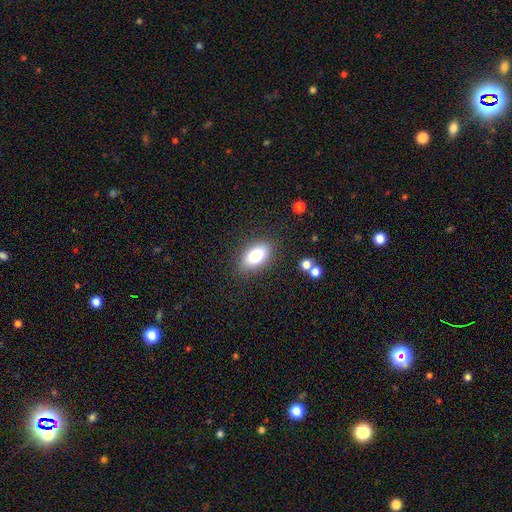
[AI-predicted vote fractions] Smooth or featured? smooth (81%)
How rounded? in between (90%)
Merging? none (85%)